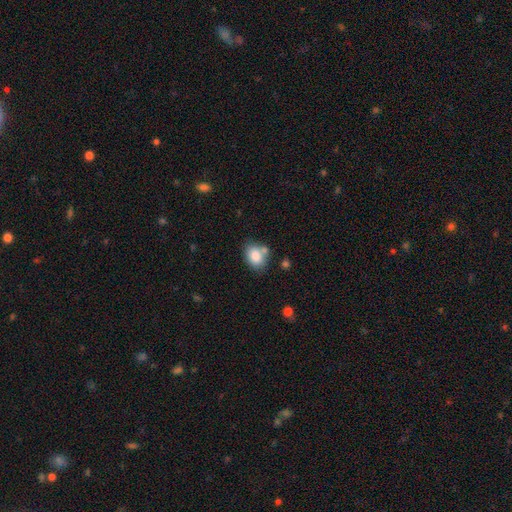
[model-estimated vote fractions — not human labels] smooth-or-featured: smooth: 83% | featured or disk: 8% | star or artifact: 8%
  how-rounded: in between: 71% | round: 28% | cigar-shaped: 1%
  merging: none: 61% | minor disturbance: 18% | merger: 17% | major disturbance: 5%